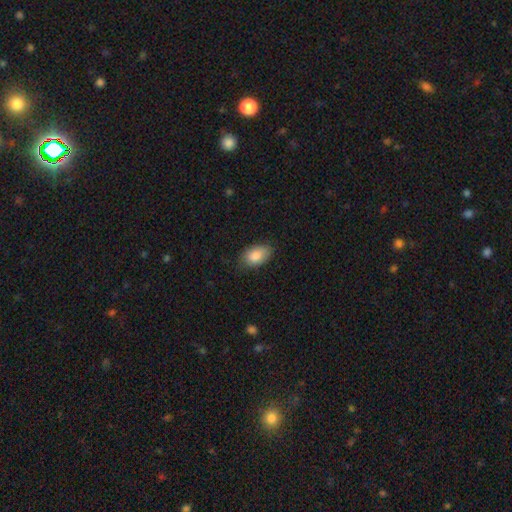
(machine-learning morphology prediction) Q: Smooth or featured?
A: smooth (86%); runner-up: featured or disk (7%)
Q: How rounded?
A: in between (90%); runner-up: round (9%)
Q: Merging?
A: none (77%); runner-up: minor disturbance (19%)